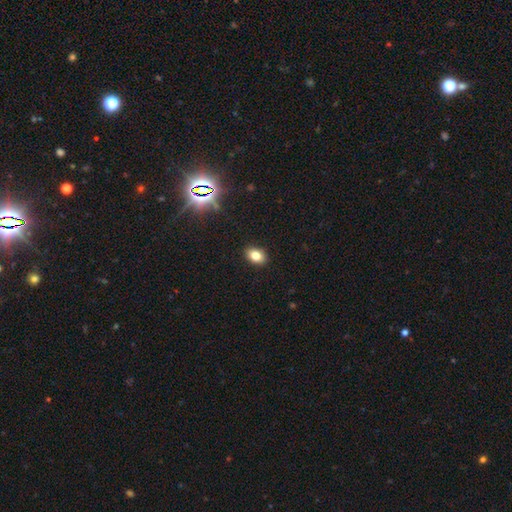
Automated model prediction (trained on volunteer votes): Morphology: type=smooth (81%); roundness=in between (79%); merging=none (90%).